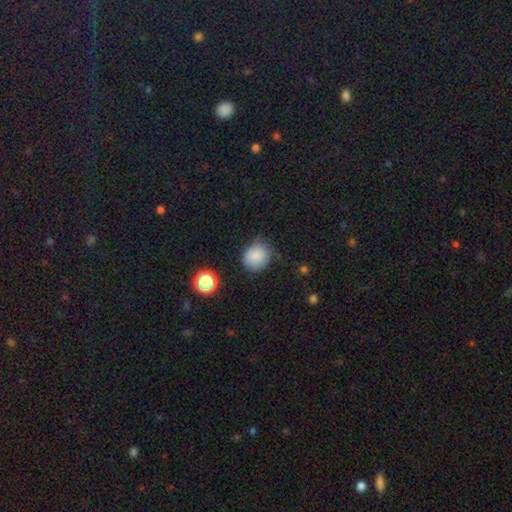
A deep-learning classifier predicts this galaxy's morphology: smooth-or-featured: smooth: 84% | star or artifact: 10% | featured or disk: 6%
  how-rounded: round: 82% | in between: 18% | cigar-shaped: 1%
  merging: none: 70% | minor disturbance: 23% | major disturbance: 5% | merger: 3%